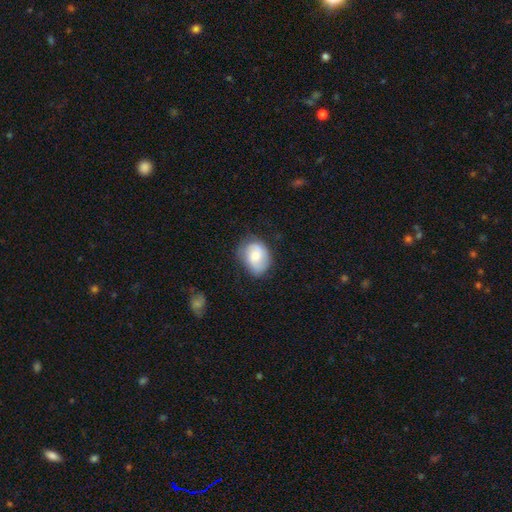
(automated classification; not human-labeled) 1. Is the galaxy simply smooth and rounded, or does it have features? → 67% smooth, 26% featured or disk, 7% star or artifact.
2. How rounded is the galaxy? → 58% in between, 41% round, 1% cigar-shaped.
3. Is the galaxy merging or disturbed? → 64% none, 27% minor disturbance, 8% major disturbance, 1% merger.